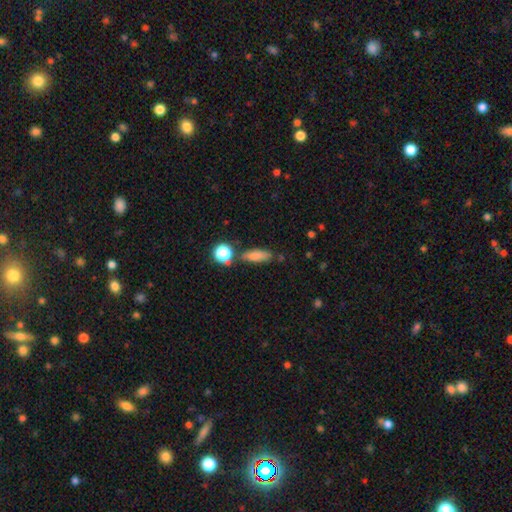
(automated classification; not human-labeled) Smooth or featured: smooth — 78% (star or artifact — 12%)
How rounded: in between — 50% (cigar-shaped — 43%)
Merging: none — 71% (minor disturbance — 15%)